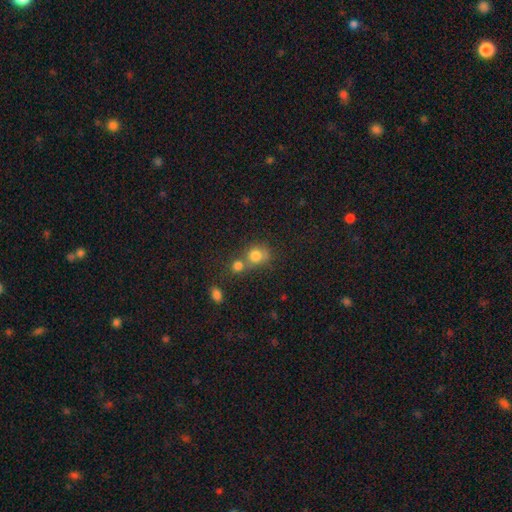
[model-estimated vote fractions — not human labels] Smooth or featured? Predicted: smooth (p=0.78). How rounded? Predicted: round (p=0.77). Merging? Predicted: merger (p=0.48).